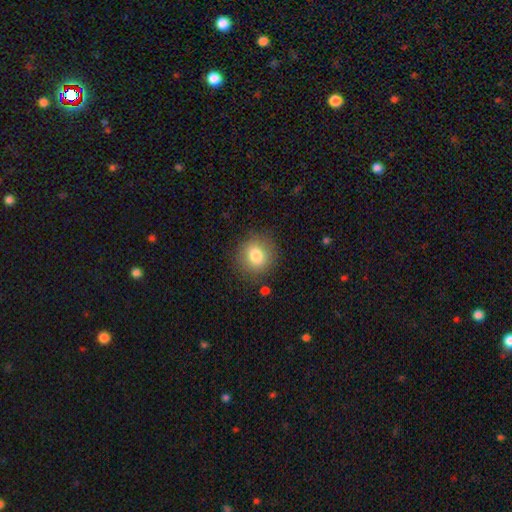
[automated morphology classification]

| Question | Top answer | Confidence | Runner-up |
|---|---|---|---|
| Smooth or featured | smooth | 82% | star or artifact (9%) |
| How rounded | round | 87% | in between (12%) |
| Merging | none | 85% | minor disturbance (9%) |